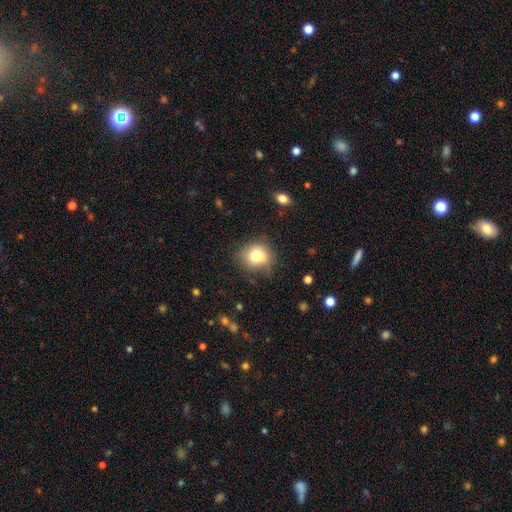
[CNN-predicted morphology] The model was most divided on "merging": none: 63%, minor disturbance: 20%, merger: 11%, major disturbance: 6%. More confident: how rounded — round (76%); smooth or featured — smooth (75%).